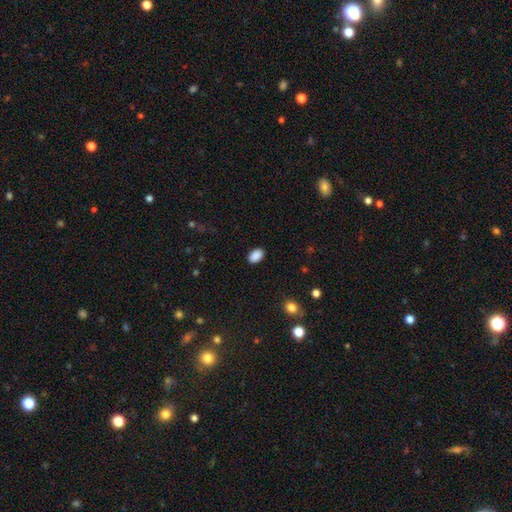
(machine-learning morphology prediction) Overall: smooth (89%). How rounded: in between (86%). Merging: none (89%).